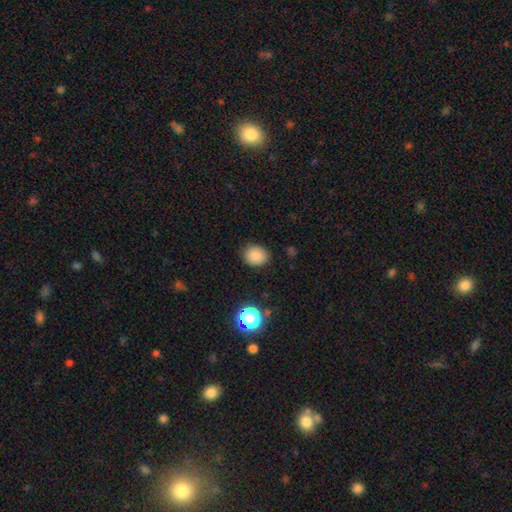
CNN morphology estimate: Smooth or featured: smooth — 84% (star or artifact — 11%)
How rounded: round — 66% (in between — 34%)
Merging: none — 86% (minor disturbance — 10%)